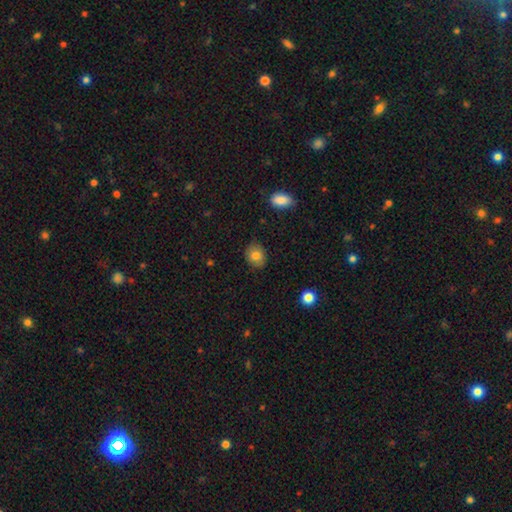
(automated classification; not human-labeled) Overall: smooth (79%). How rounded: round (56%; in between 43%). Merging: none (84%).